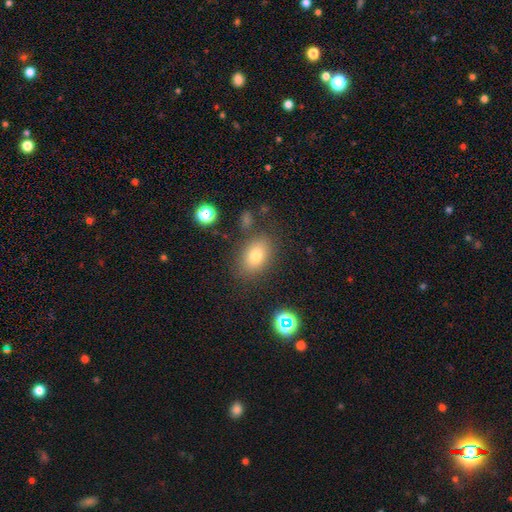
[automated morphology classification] smooth-or-featured: smooth: 76% | star or artifact: 13% | featured or disk: 12%
  how-rounded: in between: 78% | round: 20% | cigar-shaped: 1%
  merging: none: 79% | minor disturbance: 12% | major disturbance: 4% | merger: 4%